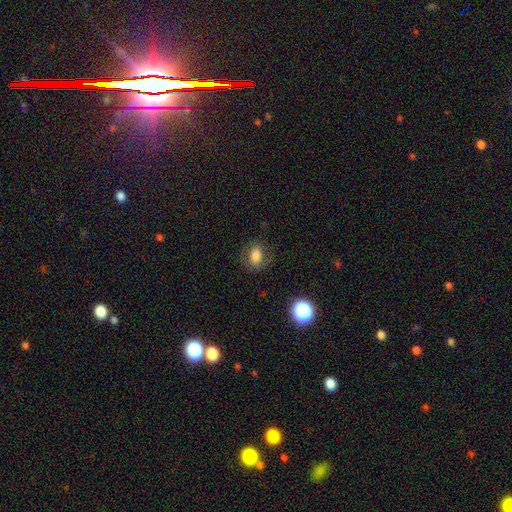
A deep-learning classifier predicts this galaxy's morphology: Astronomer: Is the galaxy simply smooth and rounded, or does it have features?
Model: smooth — 70%.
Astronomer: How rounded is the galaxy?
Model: in between — 77%.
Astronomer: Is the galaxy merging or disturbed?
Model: none — 75%.